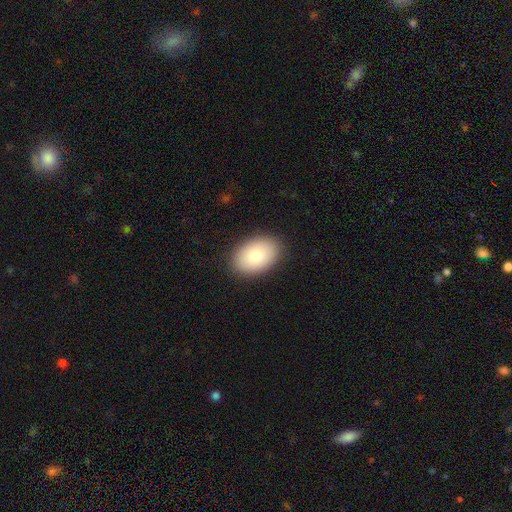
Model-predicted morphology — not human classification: Smooth or featured?
  - smooth: 82% *
  - featured or disk: 11%
  - star or artifact: 7%
How rounded?
  - in between: 87% *
  - round: 12%
  - cigar-shaped: 1%
Merging?
  - none: 89% *
  - minor disturbance: 8%
  - major disturbance: 2%
  - merger: 1%